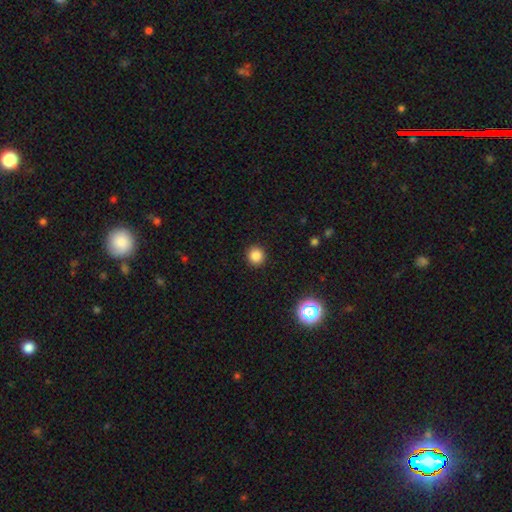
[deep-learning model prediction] The model was most divided on "smooth or featured": smooth: 85%, star or artifact: 12%, featured or disk: 4%. More confident: how rounded — round (94%); merging — none (92%).